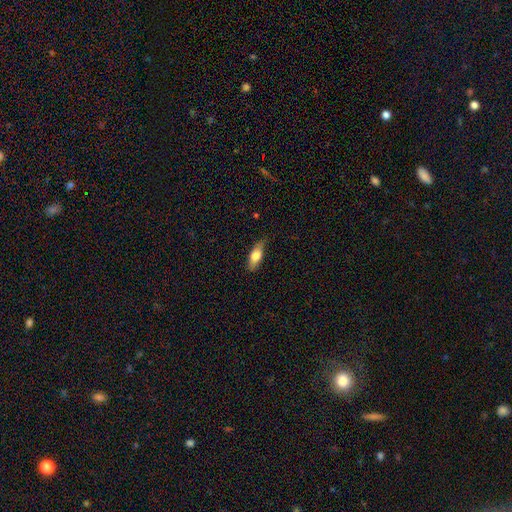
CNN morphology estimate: type=smooth (67%); roundness=in between (69%); merging=none (76%).